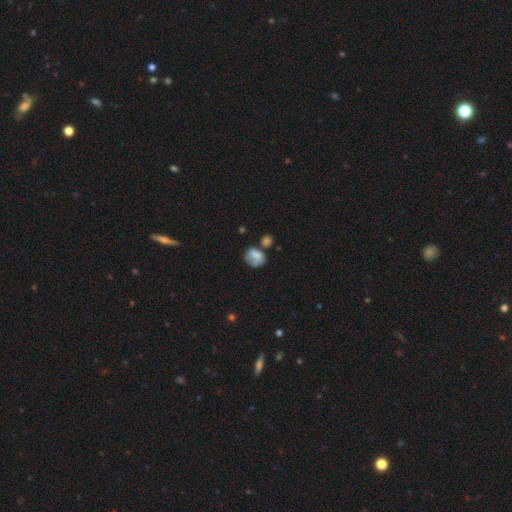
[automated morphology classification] smooth-or-featured: smooth: 71% | featured or disk: 19% | star or artifact: 10%
  how-rounded: round: 50% | in between: 49% | cigar-shaped: 1%
  merging: none: 37% | minor disturbance: 24% | merger: 23% | major disturbance: 16%